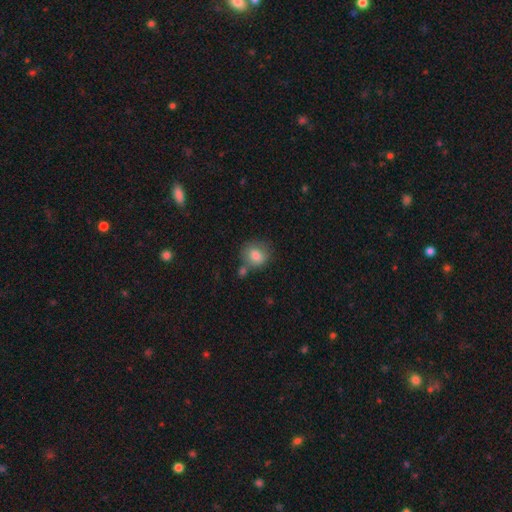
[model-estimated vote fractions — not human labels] The model was most divided on "merging": none: 59%, minor disturbance: 19%, merger: 16%, major disturbance: 6%. More confident: smooth or featured — smooth (79%); how rounded — round (73%).